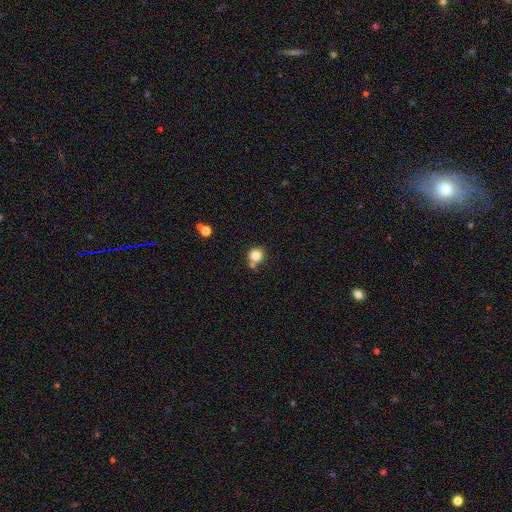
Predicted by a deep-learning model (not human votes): smooth-or-featured: smooth: 82% | star or artifact: 11% | featured or disk: 7%
  how-rounded: round: 84% | in between: 15% | cigar-shaped: 1%
  merging: none: 63% | merger: 18% | minor disturbance: 15% | major disturbance: 4%